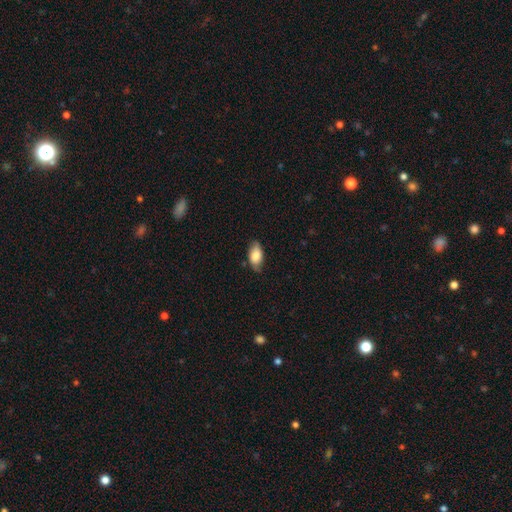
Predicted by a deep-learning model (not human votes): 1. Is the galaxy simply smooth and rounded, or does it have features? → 81% smooth, 12% featured or disk, 6% star or artifact.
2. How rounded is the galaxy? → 92% in between, 4% cigar-shaped, 4% round.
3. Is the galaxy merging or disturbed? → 78% none, 18% minor disturbance, 3% major disturbance, 1% merger.